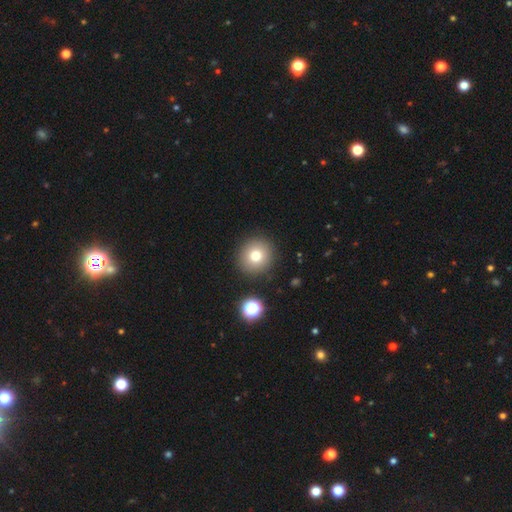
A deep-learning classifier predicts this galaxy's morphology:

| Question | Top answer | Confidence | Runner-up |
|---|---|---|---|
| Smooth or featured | smooth | 79% | star or artifact (12%) |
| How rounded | round | 92% | in between (7%) |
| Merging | none | 89% | minor disturbance (6%) |